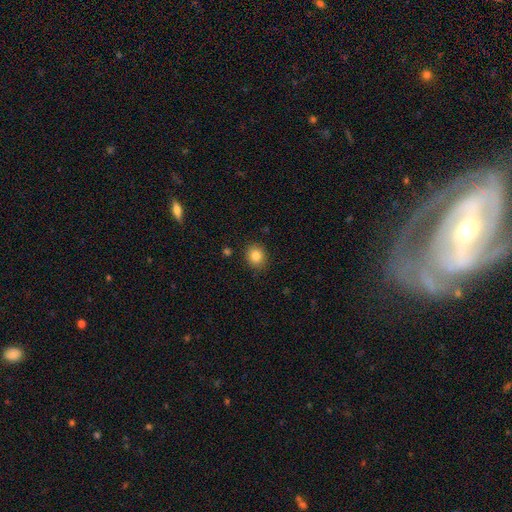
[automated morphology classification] This appears to be a smooth galaxy with no disk features (85%) that is round (75%). Merging: none (88%).